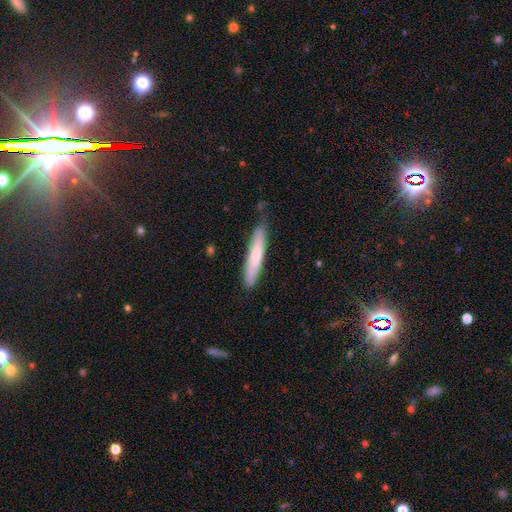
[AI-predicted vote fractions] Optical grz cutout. It shows a smooth galaxy with no disk features (68%) that is cigar-shaped (90%). Merging: none (78%).